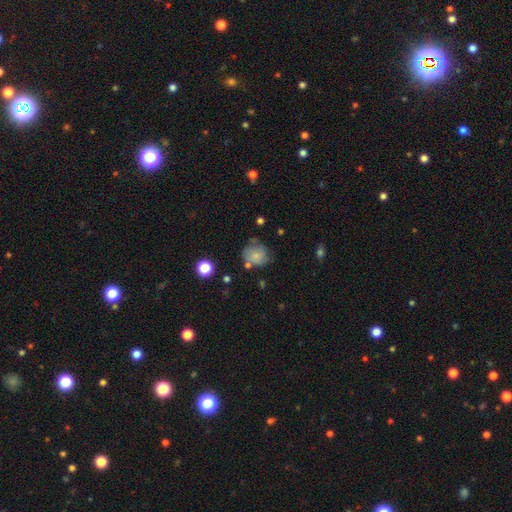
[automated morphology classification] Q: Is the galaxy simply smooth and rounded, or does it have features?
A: smooth — 74%.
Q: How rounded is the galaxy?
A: round — 78%.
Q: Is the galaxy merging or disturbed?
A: none — 59%.